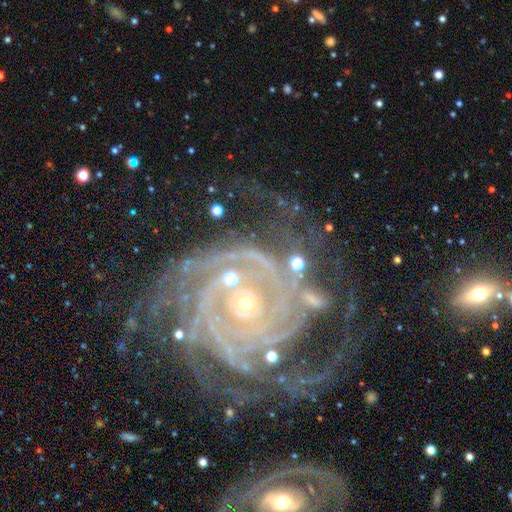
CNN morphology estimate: The model was most divided on "spiral arm count": 4: 24%, 3: 20%, more than 4: 16%, can't tell: 15%, 2: 15%, 1: 9%. More confident: spiral arms — yes (98%); edge-on disk — no (98%); smooth or featured — featured or disk (91%); bulge size — small (83%); spiral winding — tight (75%); bar — no (71%); merging — none (57%).